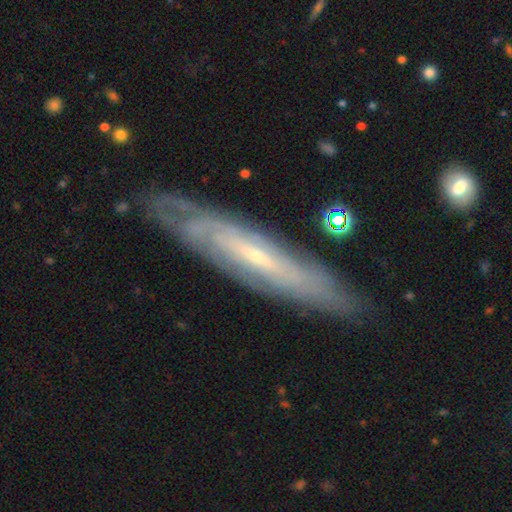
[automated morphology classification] Q: Smooth or featured?
A: featured or disk (78%); runner-up: smooth (16%)
Q: Edge-on disk?
A: no (56%); runner-up: yes (44%)
Q: Merging?
A: none (81%); runner-up: minor disturbance (14%)